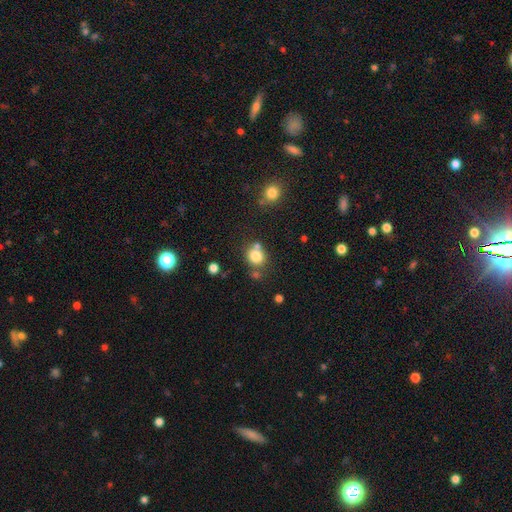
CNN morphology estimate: Q: Smooth or featured?
A: smooth (80%); runner-up: star or artifact (11%)
Q: How rounded?
A: round (79%); runner-up: in between (20%)
Q: Merging?
A: none (62%); runner-up: merger (21%)